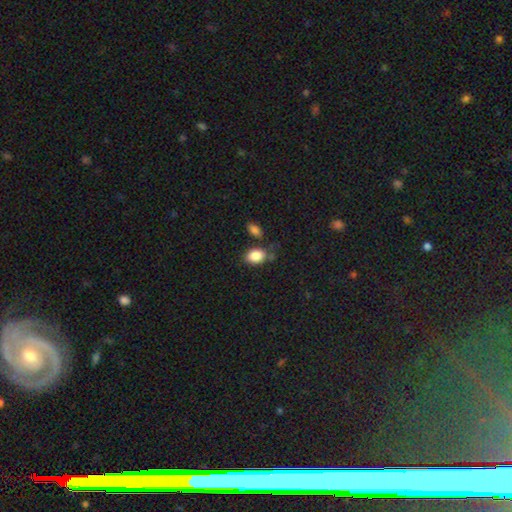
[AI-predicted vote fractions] smooth_or_featured: smooth (p=0.86) [alt: star or artifact p=0.08]
how_rounded: in between (p=0.81) [alt: round p=0.18]
merging: none (p=0.66) [alt: minor disturbance p=0.18]